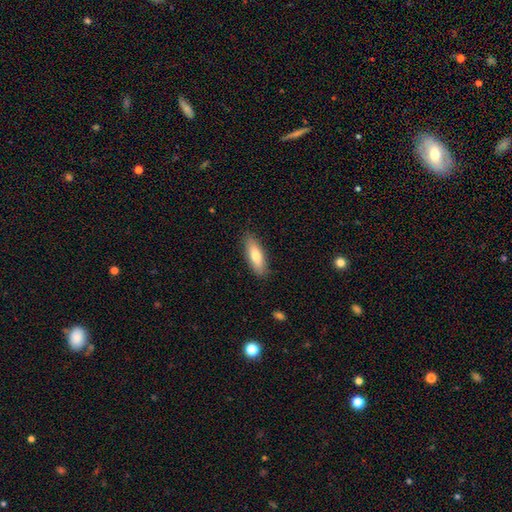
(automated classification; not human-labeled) smooth 74%, featured or disk 20%, star or artifact 6%. Down the decision tree: how rounded — in between (60%); merging — none (86%).